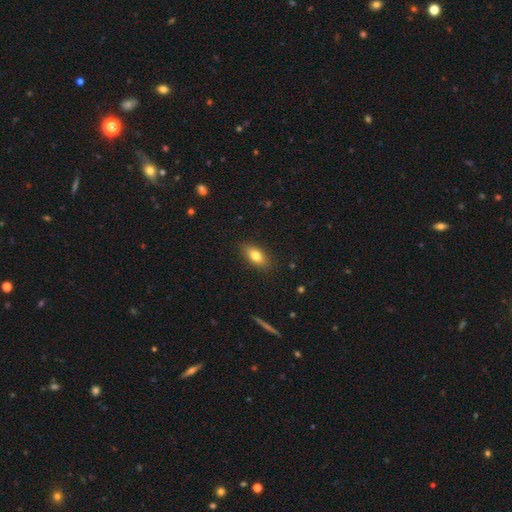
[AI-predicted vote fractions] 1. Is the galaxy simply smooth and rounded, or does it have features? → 78% smooth, 14% featured or disk, 8% star or artifact.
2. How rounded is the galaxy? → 84% in between, 9% cigar-shaped, 6% round.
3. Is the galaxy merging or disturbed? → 85% none, 11% minor disturbance, 3% major disturbance, 1% merger.